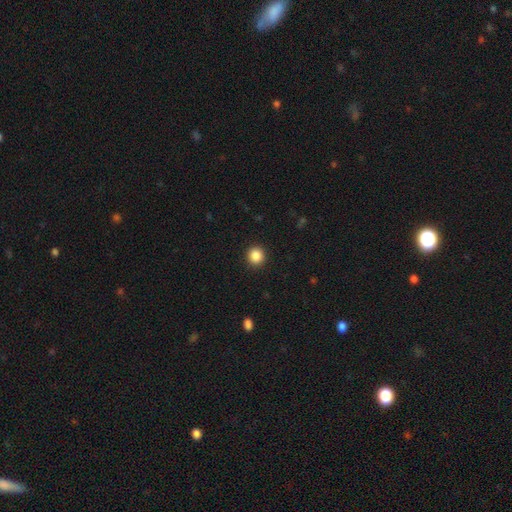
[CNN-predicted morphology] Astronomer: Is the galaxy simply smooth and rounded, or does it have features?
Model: smooth — 87%.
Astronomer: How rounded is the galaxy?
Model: round — 91%.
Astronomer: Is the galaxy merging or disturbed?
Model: none — 92%.